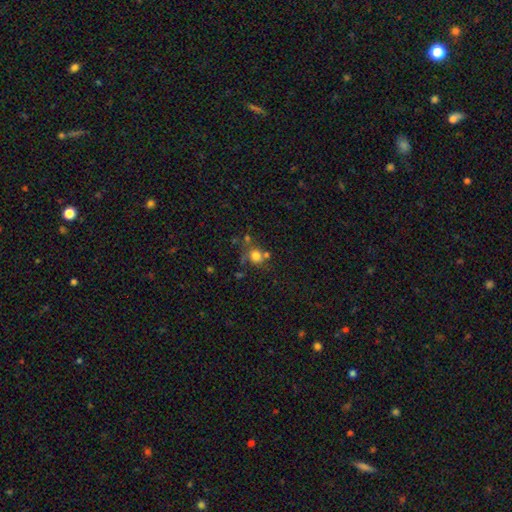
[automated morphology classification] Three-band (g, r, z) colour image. It shows a smooth galaxy with no disk features (75%) that is round (85%). Merging: none (55%).